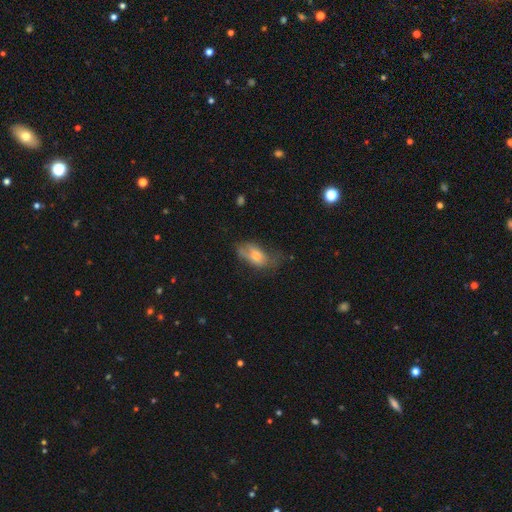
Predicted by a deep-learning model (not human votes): Smooth or featured? smooth (60%)
How rounded? in between (89%)
Merging? none (37%)